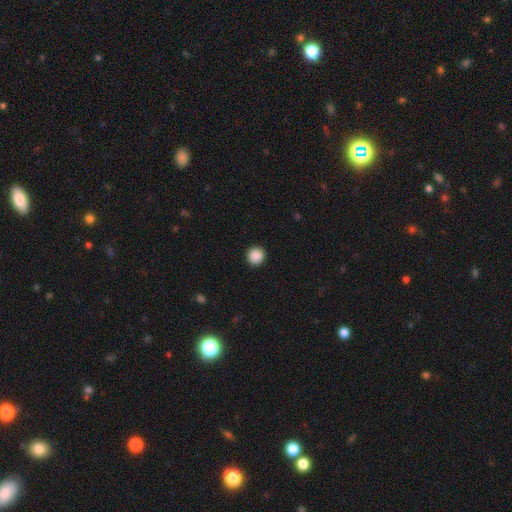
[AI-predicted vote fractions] Smooth or featured: smooth — 89% (star or artifact — 9%)
How rounded: round — 93% (in between — 6%)
Merging: none — 93% (minor disturbance — 5%)